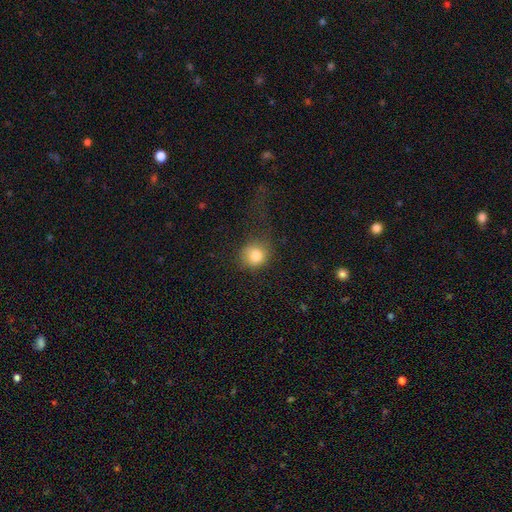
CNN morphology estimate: Overall: smooth (82%). How rounded: round (85%). Merging: none (62%).